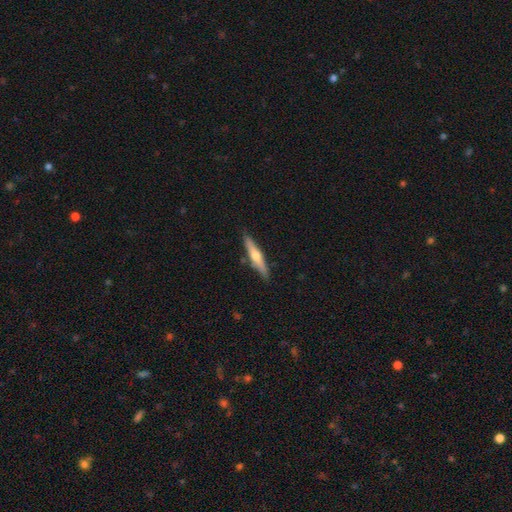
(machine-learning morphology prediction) type=featured or disk (52%); edge-on=yes (94%); merging=none (84%).